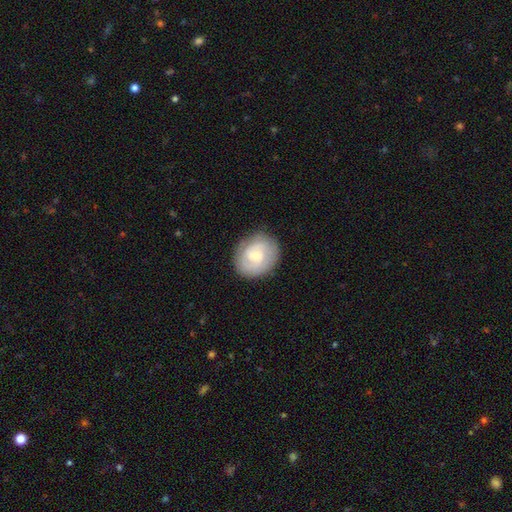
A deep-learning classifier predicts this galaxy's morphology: Smooth or featured? featured or disk (61%)
Edge-on disk? no (98%)
Bar? no (52%)
Spiral arms? yes (85%)
Spiral winding? tight (57%)
Spiral arm count? 2 (55%)
Bulge size? small (56%)
Merging? none (83%)